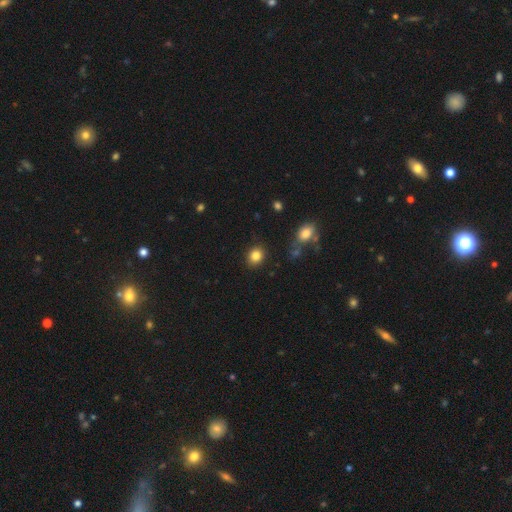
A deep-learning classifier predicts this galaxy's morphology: The model was most divided on "how rounded": round: 72%, in between: 27%, cigar-shaped: 1%. More confident: merging — none (87%); smooth or featured — smooth (84%).